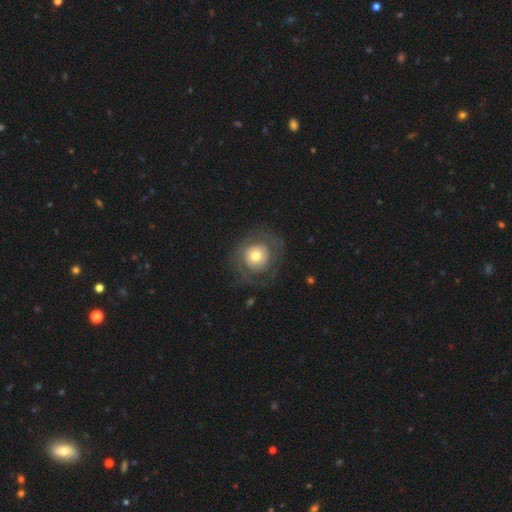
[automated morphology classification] smooth_or_featured: featured or disk (p=0.53) [alt: smooth p=0.40]
disk_edge_on: no (p=0.97) [alt: yes p=0.03]
bar: no (p=0.86) [alt: weak p=0.11]
has_spiral_arms: yes (p=0.59) [alt: no p=0.41]
bulge_size: moderate (p=0.57) [alt: large p=0.21]
merging: none (p=0.71) [alt: minor disturbance p=0.14]